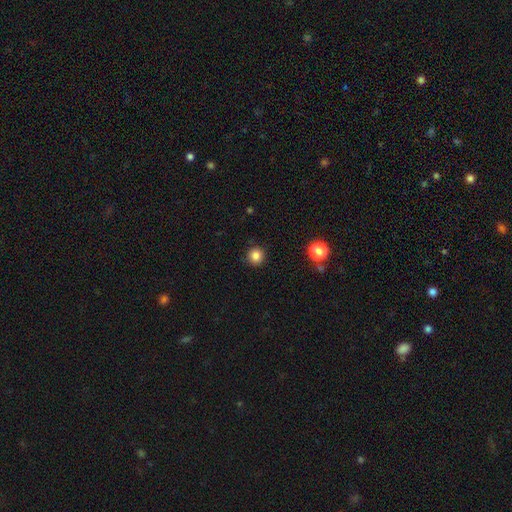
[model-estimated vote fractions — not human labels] smooth_or_featured: smooth (p=0.84) [alt: star or artifact p=0.12]
how_rounded: round (p=0.95) [alt: in between p=0.04]
merging: none (p=0.91) [alt: minor disturbance p=0.06]